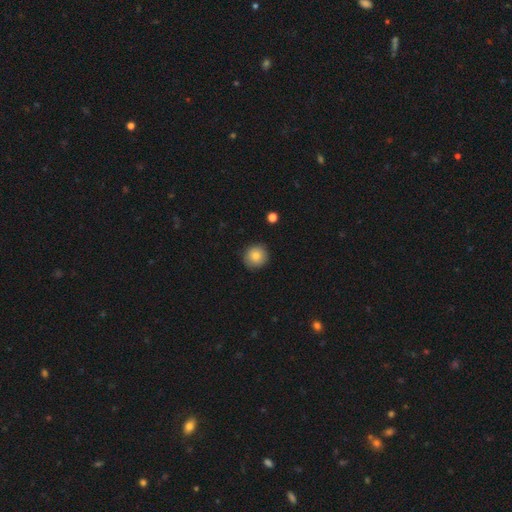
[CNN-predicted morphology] Overall: smooth (83%). How rounded: round (93%). Merging: none (88%).